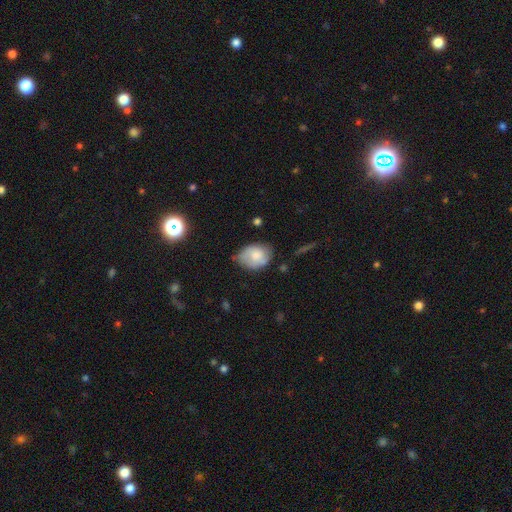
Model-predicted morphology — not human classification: A smooth galaxy with no disk features (71%) that is in between round and cigar-shaped (68%). Merging: none (52%).